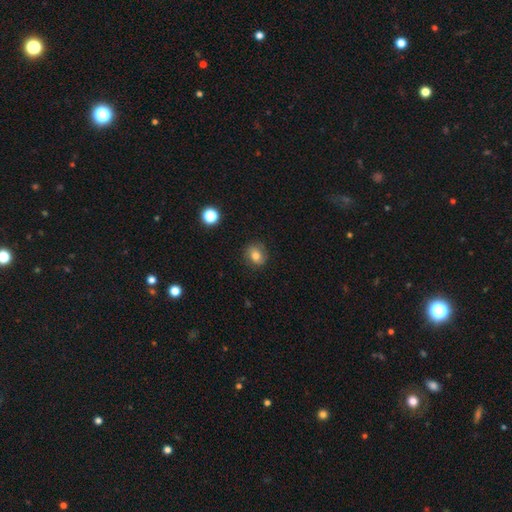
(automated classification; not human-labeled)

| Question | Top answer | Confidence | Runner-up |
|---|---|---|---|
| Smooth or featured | smooth | 71% | featured or disk (17%) |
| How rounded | round | 71% | in between (28%) |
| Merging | none | 80% | minor disturbance (14%) |